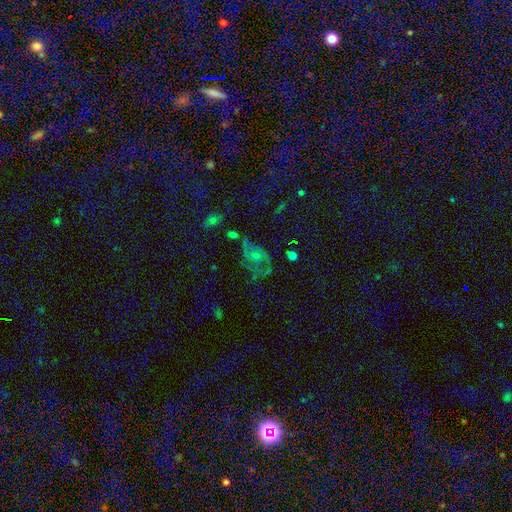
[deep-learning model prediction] A featured or disk galaxy (52%).

Vote fractions:
- Smooth or featured? featured or disk: 52% / star or artifact: 27% / smooth: 21%
- Edge-on disk? no: 95% / yes: 5%
- Merging? none: 50% / major disturbance: 24% / minor disturbance: 20% / merger: 6%